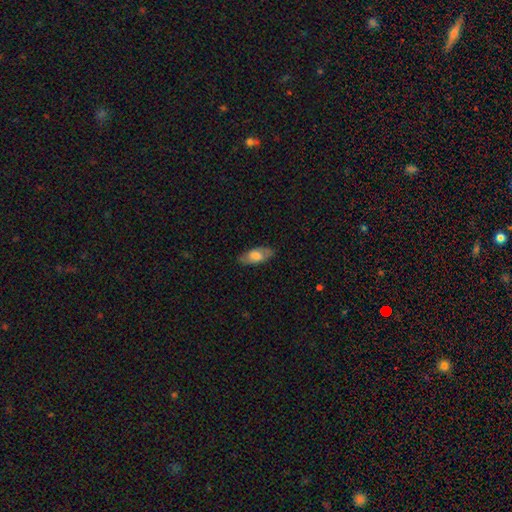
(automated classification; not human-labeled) This is likely a smooth galaxy (67%). How rounded: clearly in between (83%). Merging: clearly none (83%).